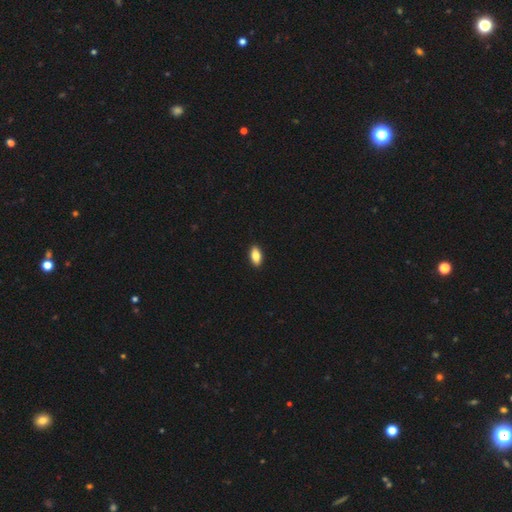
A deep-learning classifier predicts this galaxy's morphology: Overall: smooth (83%). How rounded: in between (89%). Merging: none (91%).